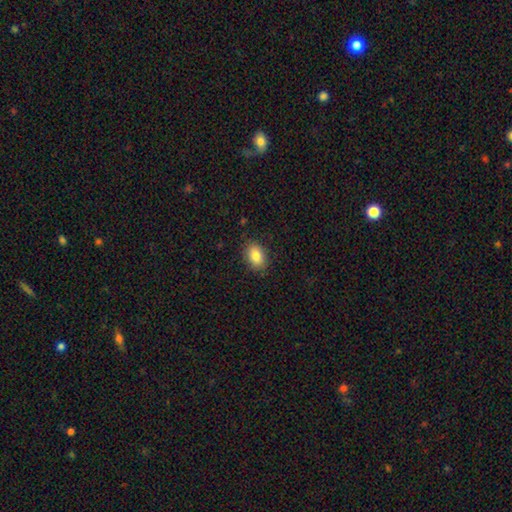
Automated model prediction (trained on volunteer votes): The model was most divided on "how rounded": in between: 81%, round: 17%, cigar-shaped: 1%. More confident: merging — none (87%); smooth or featured — smooth (85%).